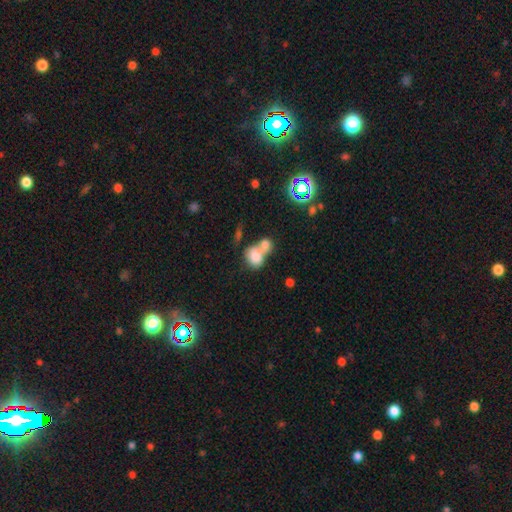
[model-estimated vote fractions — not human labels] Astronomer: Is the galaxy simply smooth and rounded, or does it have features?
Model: smooth — 78%.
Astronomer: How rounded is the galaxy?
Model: in between — 52% (runner-up: round, 46%).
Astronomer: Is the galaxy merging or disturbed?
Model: merger — 67%.